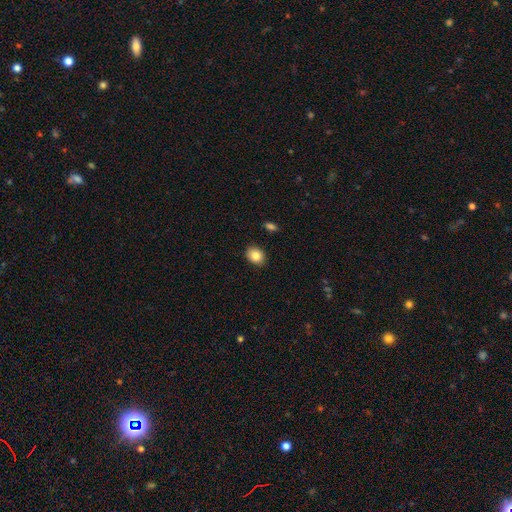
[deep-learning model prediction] Smooth or featured? Predicted: smooth (p=0.85). How rounded? Predicted: in between (p=0.55). Merging? Predicted: none (p=0.89).